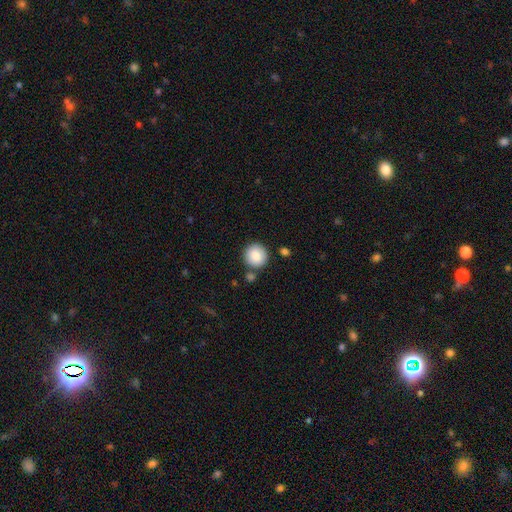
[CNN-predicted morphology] smooth 86%, star or artifact 8%, featured or disk 7%. Down the decision tree: how rounded — round (94%); merging — none (81%).